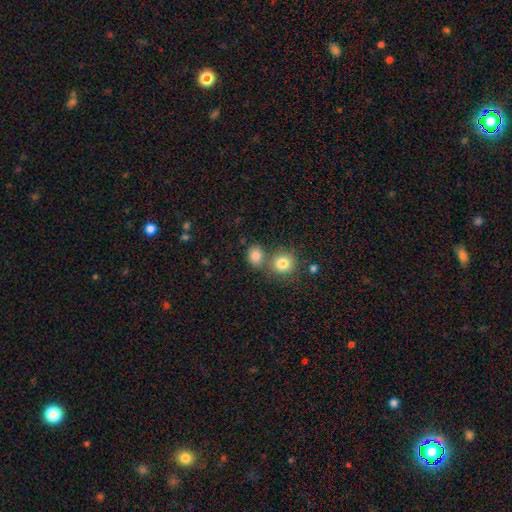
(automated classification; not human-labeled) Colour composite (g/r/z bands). It shows a smooth galaxy with no disk features (82%) that is round (59%). Merging: none (56%).